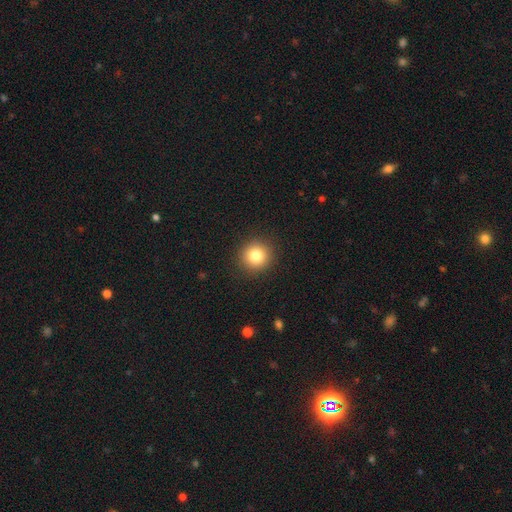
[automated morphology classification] Smooth or featured?
  - smooth: 82% *
  - star or artifact: 11%
  - featured or disk: 7%
How rounded?
  - round: 92% *
  - in between: 7%
  - cigar-shaped: 1%
Merging?
  - none: 91% *
  - minor disturbance: 6%
  - major disturbance: 2%
  - merger: 1%